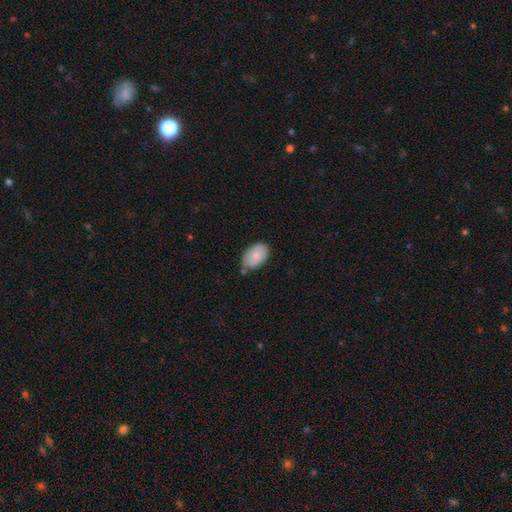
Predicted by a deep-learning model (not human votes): Smooth or featured?
  - smooth: 81% *
  - featured or disk: 13%
  - star or artifact: 6%
How rounded?
  - in between: 91% *
  - round: 7%
  - cigar-shaped: 1%
Merging?
  - none: 72% *
  - minor disturbance: 20%
  - merger: 5%
  - major disturbance: 3%